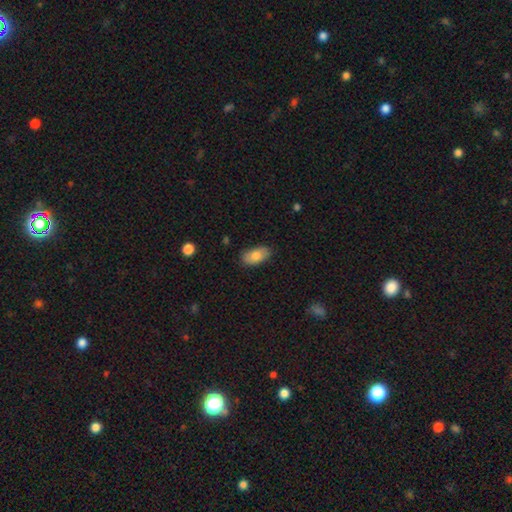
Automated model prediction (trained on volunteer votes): Q: Smooth or featured?
A: smooth (80%); runner-up: featured or disk (13%)
Q: How rounded?
A: in between (93%); runner-up: round (4%)
Q: Merging?
A: none (83%); runner-up: minor disturbance (13%)